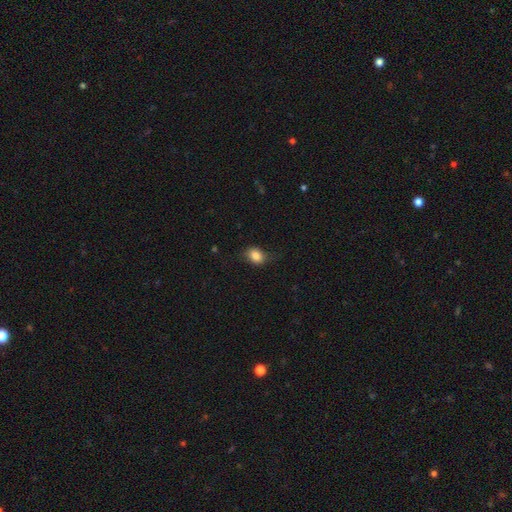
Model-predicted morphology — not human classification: smooth_or_featured: smooth (p=0.82) [alt: star or artifact p=0.09]
how_rounded: in between (p=0.59) [alt: round p=0.40]
merging: none (p=0.70) [alt: minor disturbance p=0.22]